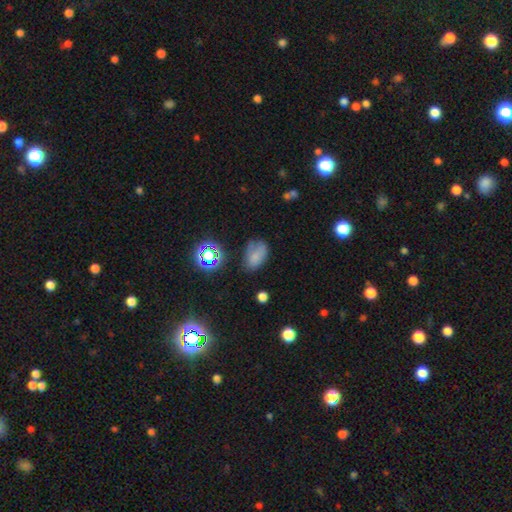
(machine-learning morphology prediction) Smooth or featured? Predicted: smooth (p=0.65). How rounded? Predicted: in between (p=0.85). Merging? Predicted: none (p=0.50).